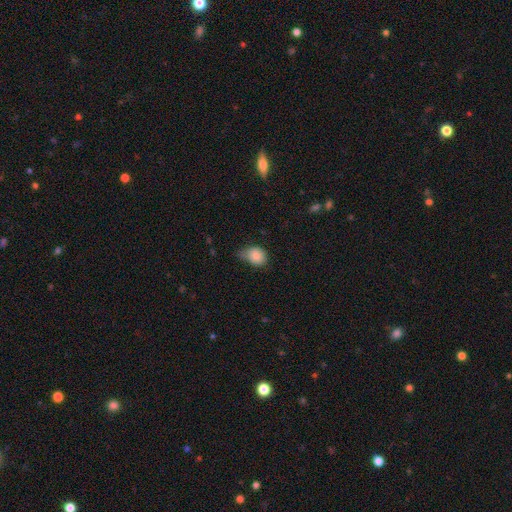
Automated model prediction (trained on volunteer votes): Overall: smooth (83%). How rounded: round (51%; in between 48%). Merging: minor disturbance (44%; none 41%).